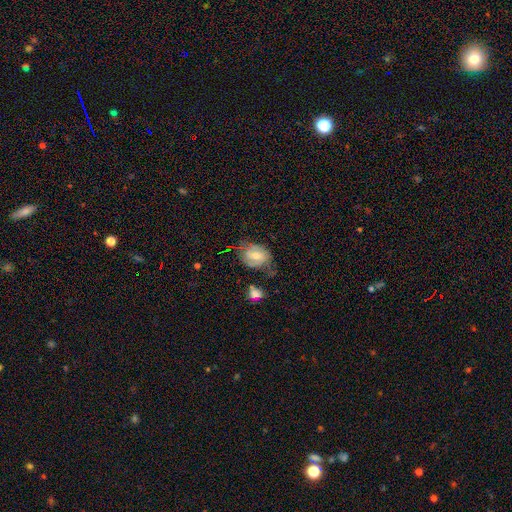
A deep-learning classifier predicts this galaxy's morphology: Smooth or featured? Predicted: smooth (p=0.46). Merging? Predicted: none (p=0.42).